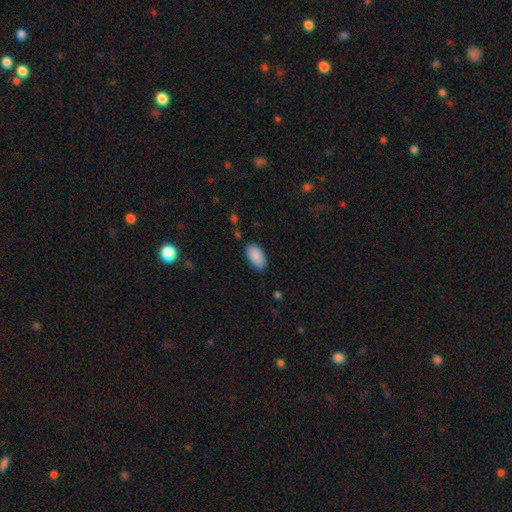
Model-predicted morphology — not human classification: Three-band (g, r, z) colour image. It shows a smooth galaxy with no disk features (89%) that is in between round and cigar-shaped (95%). Merging: none (81%).